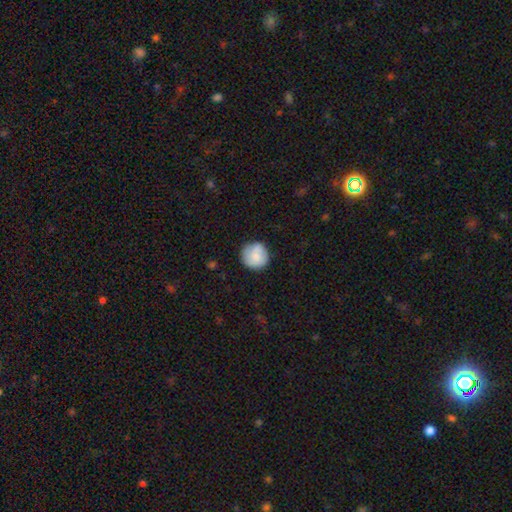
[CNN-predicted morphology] The model was most divided on "merging": none: 77%, minor disturbance: 17%, major disturbance: 4%, merger: 2%. More confident: how rounded — round (92%); smooth or featured — smooth (77%).